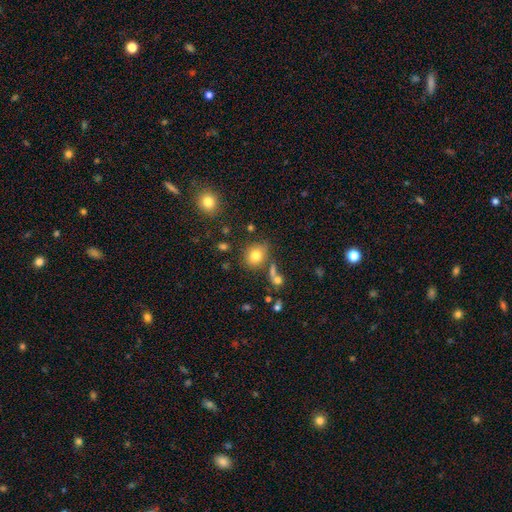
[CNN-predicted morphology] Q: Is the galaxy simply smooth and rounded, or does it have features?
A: smooth — 79%.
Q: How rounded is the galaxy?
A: round — 67%.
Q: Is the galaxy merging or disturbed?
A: none — 72%.